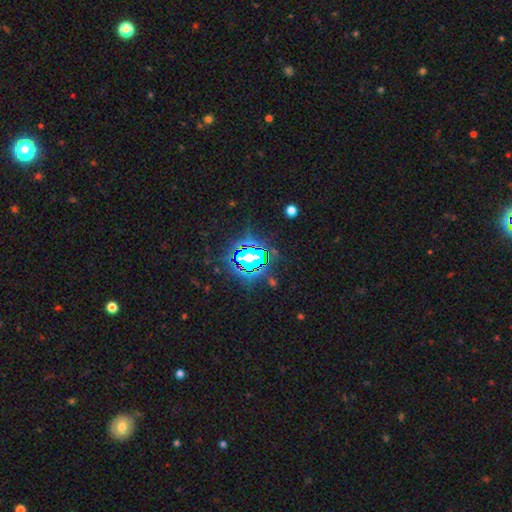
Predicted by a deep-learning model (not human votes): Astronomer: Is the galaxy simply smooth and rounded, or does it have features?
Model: star or artifact — 81%.